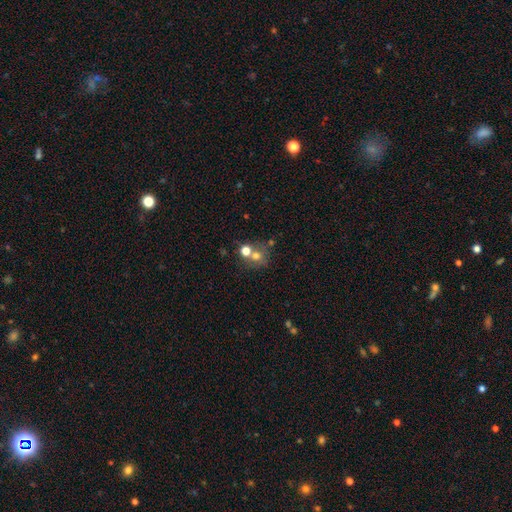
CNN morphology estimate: The model was most divided on "merging": none: 44%, merger: 42%, minor disturbance: 8%, major disturbance: 5%. More confident: how rounded — round (79%); smooth or featured — smooth (64%).